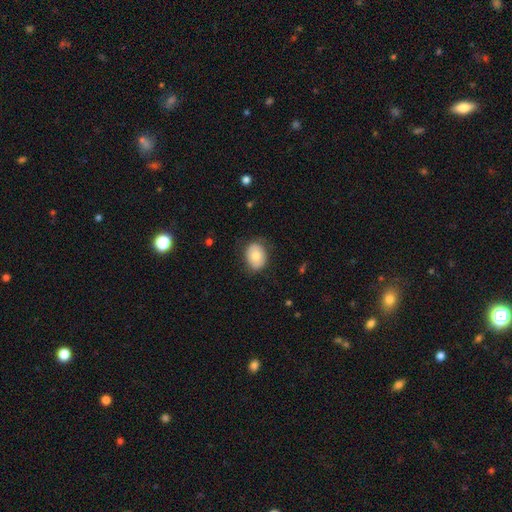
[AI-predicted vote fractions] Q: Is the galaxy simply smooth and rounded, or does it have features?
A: smooth — 75%.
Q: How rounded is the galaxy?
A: in between — 67%.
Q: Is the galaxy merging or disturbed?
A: none — 78%.